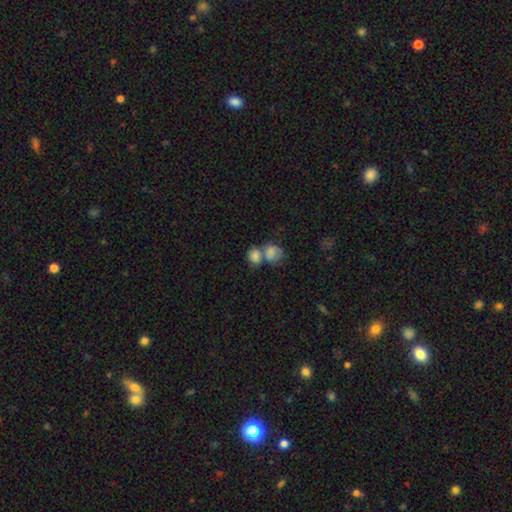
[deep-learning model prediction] A smooth galaxy with no disk features (78%) that is round (51%). Merging: merger (65%).